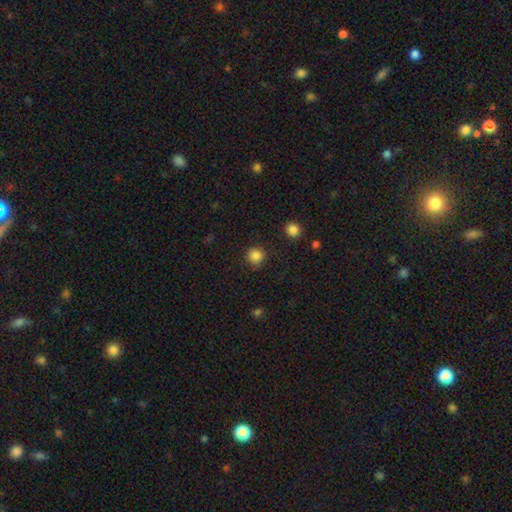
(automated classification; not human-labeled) Q: Smooth or featured?
A: smooth (85%); runner-up: star or artifact (11%)
Q: How rounded?
A: round (89%); runner-up: in between (10%)
Q: Merging?
A: none (83%); runner-up: minor disturbance (12%)